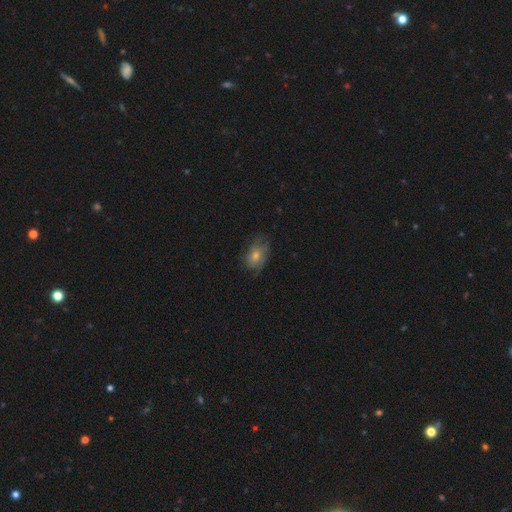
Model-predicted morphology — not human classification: Smooth or featured?
  - smooth: 46% *
  - featured or disk: 39%
  - star or artifact: 14%
Merging?
  - none: 65% *
  - minor disturbance: 24%
  - major disturbance: 10%
  - merger: 1%